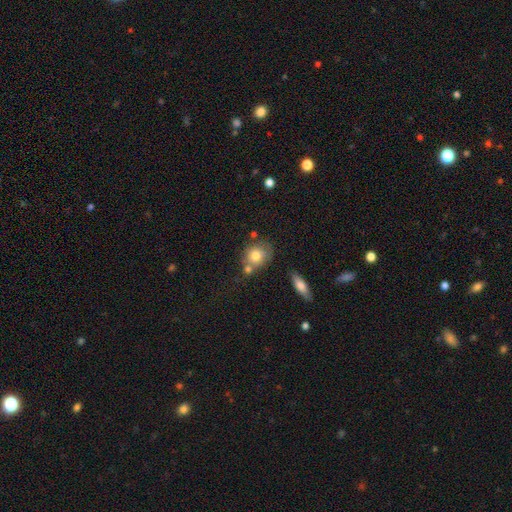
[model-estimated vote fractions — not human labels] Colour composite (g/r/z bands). It shows a smooth galaxy with no disk features (74%) that is round (69%). Merging: none (53%).